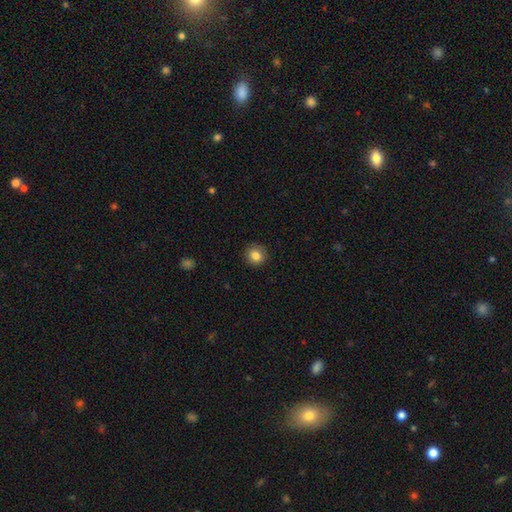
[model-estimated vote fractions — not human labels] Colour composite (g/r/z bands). It shows a smooth galaxy with no disk features (85%) that is round (91%). Merging: none (90%).